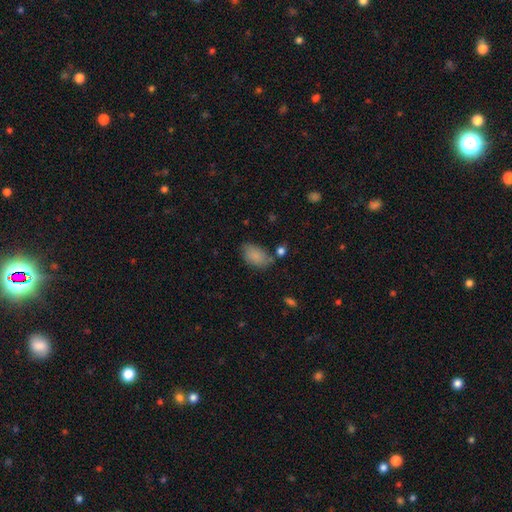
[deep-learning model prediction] Smooth or featured? Predicted: smooth (p=0.85). How rounded? Predicted: in between (p=0.92). Merging? Predicted: none (p=0.62).